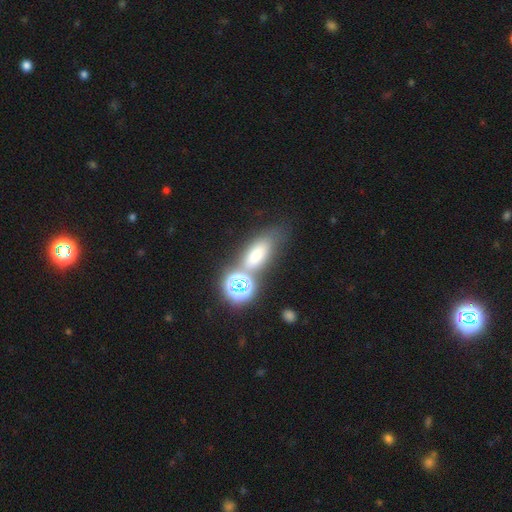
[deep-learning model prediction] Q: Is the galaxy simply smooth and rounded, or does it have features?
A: smooth — 61%.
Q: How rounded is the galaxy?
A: in between — 64%.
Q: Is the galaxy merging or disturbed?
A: none — 52%.